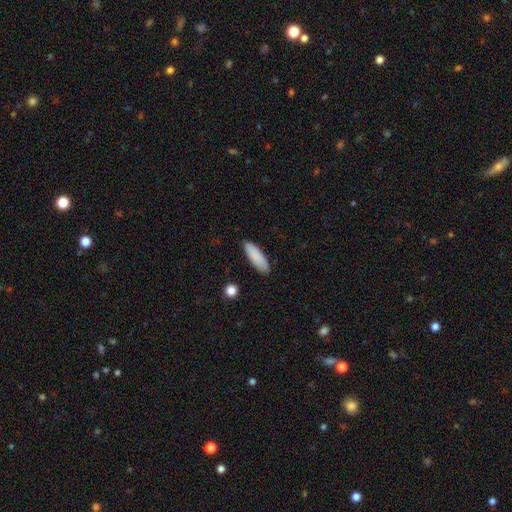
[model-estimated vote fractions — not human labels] smooth_or_featured: smooth (p=0.86) [alt: featured or disk p=0.08]
how_rounded: in between (p=0.54) [alt: cigar-shaped p=0.44]
merging: none (p=0.85) [alt: minor disturbance p=0.11]